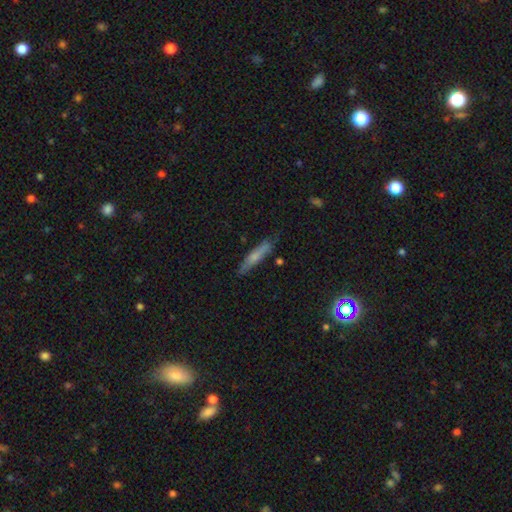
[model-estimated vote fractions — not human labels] This appears to be a smooth galaxy with no disk features (58%) that is cigar-shaped (89%). Merging: none (77%).